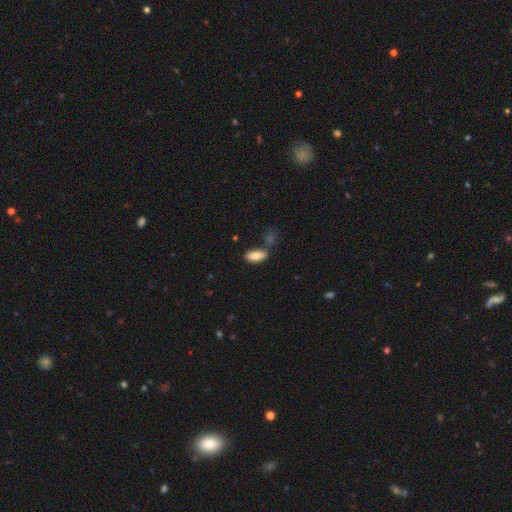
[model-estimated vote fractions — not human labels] This is clearly a smooth galaxy (82%). How rounded: clearly in between (88%). Merging: likely none (70%).